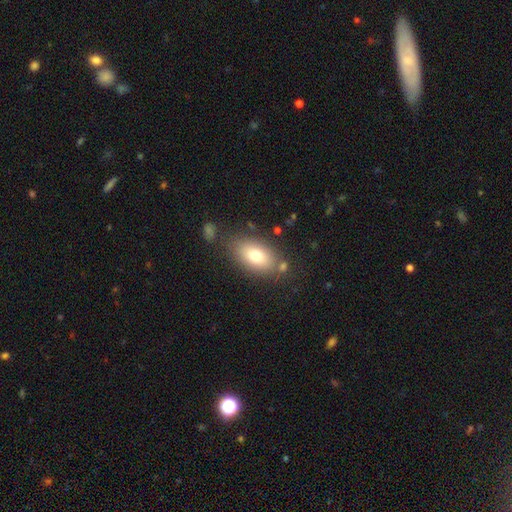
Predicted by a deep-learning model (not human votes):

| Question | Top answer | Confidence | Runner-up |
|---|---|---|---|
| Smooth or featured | smooth | 76% | featured or disk (15%) |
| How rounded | in between | 90% | round (8%) |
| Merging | none | 75% | minor disturbance (14%) |